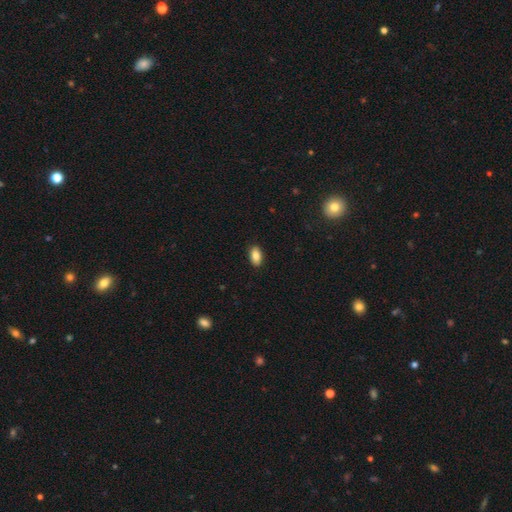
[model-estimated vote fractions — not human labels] smooth 85%, featured or disk 8%, star or artifact 8%. Down the decision tree: how rounded — in between (91%); merging — none (90%).